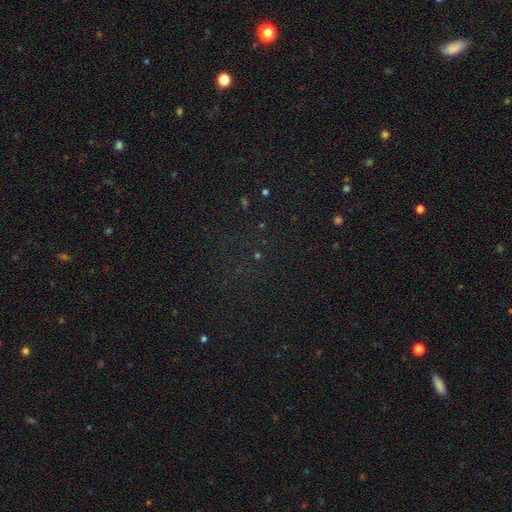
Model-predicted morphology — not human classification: Smooth or featured?
  - star or artifact: 71% *
  - smooth: 20%
  - featured or disk: 10%